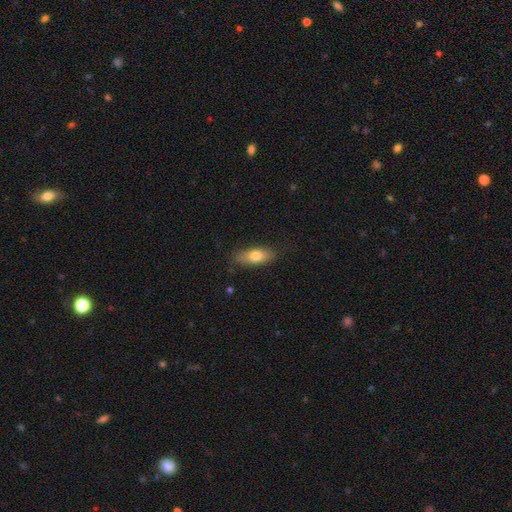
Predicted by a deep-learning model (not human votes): Smooth or featured? smooth (73%)
How rounded? in between (76%)
Merging? none (80%)